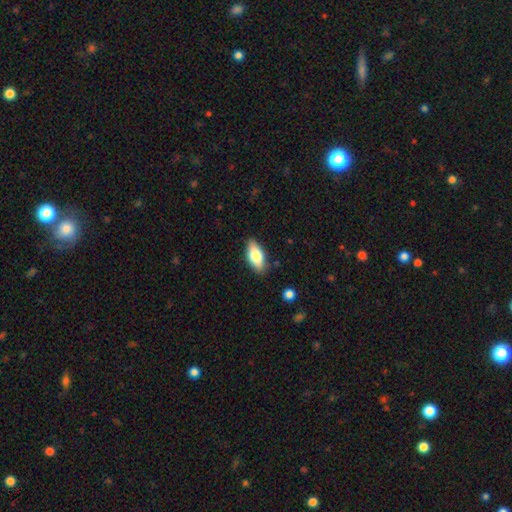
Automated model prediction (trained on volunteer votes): This is likely a smooth galaxy (74%). How rounded: clearly in between (86%). Merging: clearly none (86%).